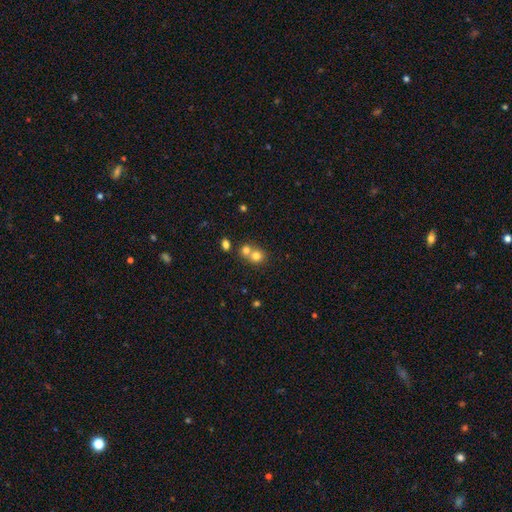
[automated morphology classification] Smooth or featured?
  - smooth: 75% *
  - star or artifact: 13%
  - featured or disk: 11%
How rounded?
  - round: 81% *
  - in between: 18%
  - cigar-shaped: 1%
Merging?
  - merger: 54% *
  - none: 38%
  - minor disturbance: 5%
  - major disturbance: 2%